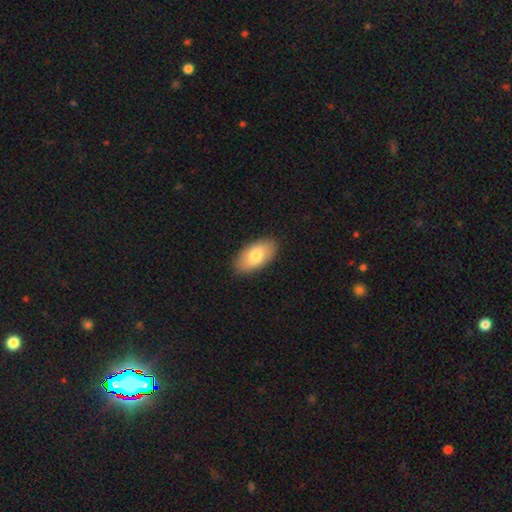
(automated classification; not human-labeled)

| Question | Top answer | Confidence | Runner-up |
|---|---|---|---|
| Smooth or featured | smooth | 79% | featured or disk (16%) |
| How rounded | in between | 95% | cigar-shaped (3%) |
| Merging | none | 89% | minor disturbance (8%) |